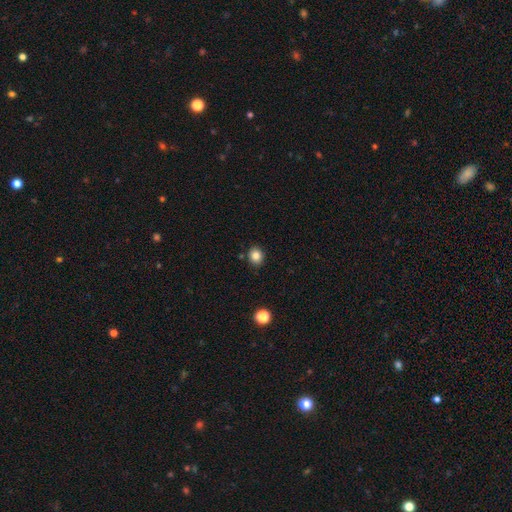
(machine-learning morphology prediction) Smooth or featured: smooth — 84% (star or artifact — 11%)
How rounded: round — 68% (in between — 31%)
Merging: none — 86% (minor disturbance — 9%)